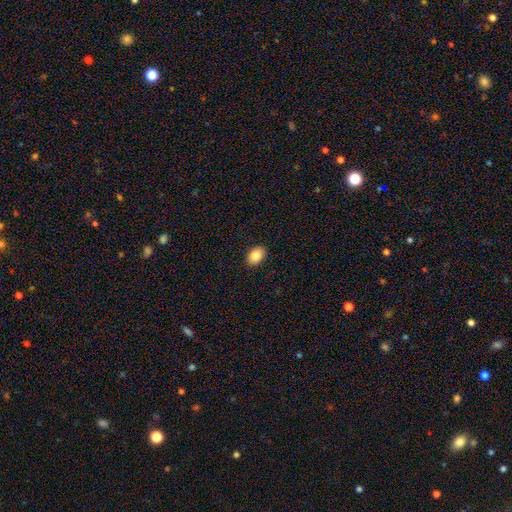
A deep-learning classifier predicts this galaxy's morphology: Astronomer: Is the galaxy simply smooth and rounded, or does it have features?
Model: smooth — 84%.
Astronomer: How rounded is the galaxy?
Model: in between — 87%.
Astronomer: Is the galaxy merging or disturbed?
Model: none — 91%.